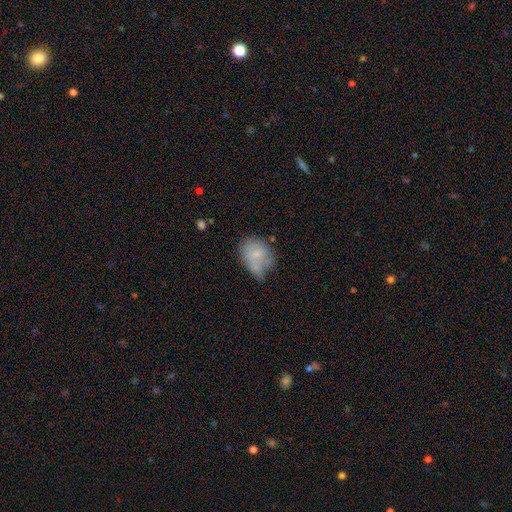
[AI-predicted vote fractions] A smooth galaxy with no disk features (68%) that is in between round and cigar-shaped (63%).

Vote fractions:
- Smooth or featured? smooth: 68% / featured or disk: 23% / star or artifact: 9%
- How rounded? in between: 63% / round: 36% / cigar-shaped: 1%
- Merging? none: 35% / minor disturbance: 33% / merger: 17% / major disturbance: 15%